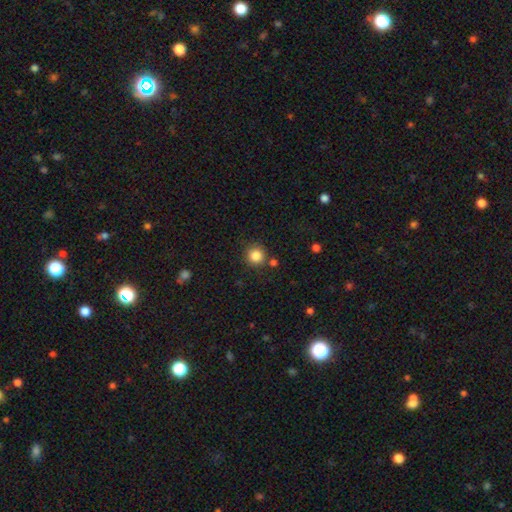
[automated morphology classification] type=smooth (85%); roundness=round (93%); merging=none (83%).